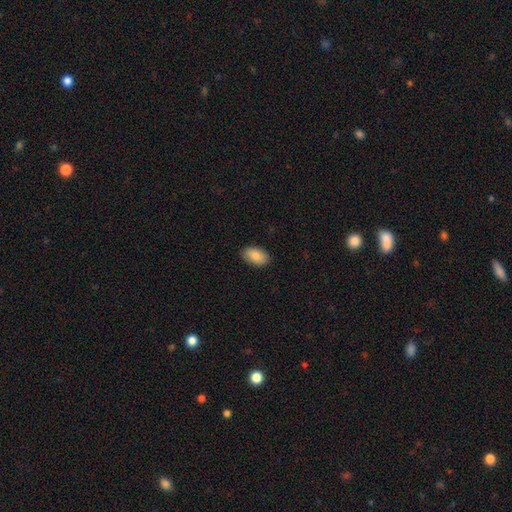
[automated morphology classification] smooth-or-featured: smooth: 86% | featured or disk: 8% | star or artifact: 6%
  how-rounded: in between: 92% | round: 7% | cigar-shaped: 1%
  merging: none: 88% | minor disturbance: 9% | major disturbance: 2% | merger: 1%